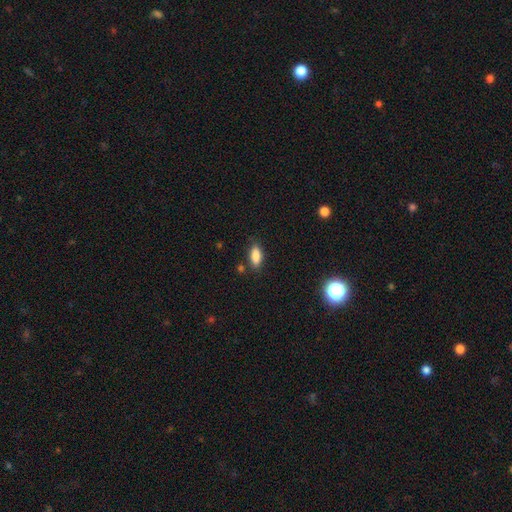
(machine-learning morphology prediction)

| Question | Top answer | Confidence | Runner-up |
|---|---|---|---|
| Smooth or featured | smooth | 85% | star or artifact (8%) |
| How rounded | in between | 80% | cigar-shaped (17%) |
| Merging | none | 81% | minor disturbance (13%) |